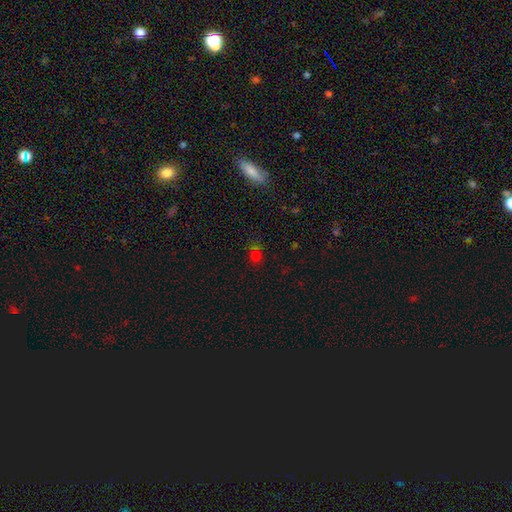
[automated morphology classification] Smooth or featured? Predicted: smooth (p=0.54). How rounded? Predicted: round (p=0.69). Merging? Predicted: none (p=0.65).